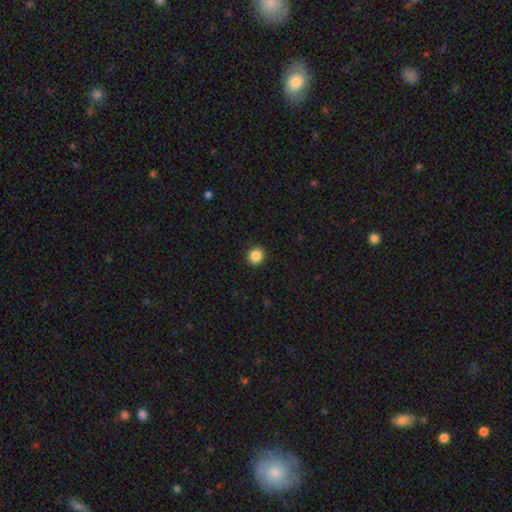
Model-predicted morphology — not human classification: smooth-or-featured: smooth: 88% | star or artifact: 10% | featured or disk: 3%
  how-rounded: round: 85% | in between: 14% | cigar-shaped: 1%
  merging: none: 91% | minor disturbance: 6% | major disturbance: 2% | merger: 1%